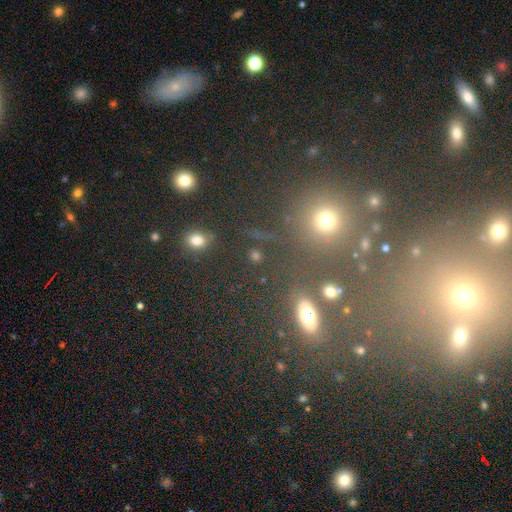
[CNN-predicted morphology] Smooth or featured? smooth (59%)
How rounded? round (54%)
Merging? none (80%)